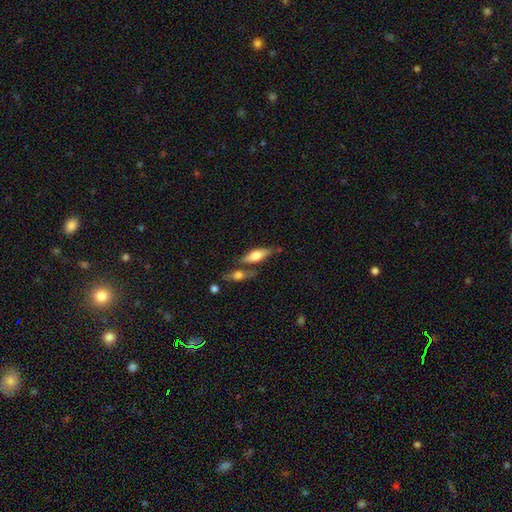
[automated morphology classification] This is possibly a smooth galaxy (47%). Merging: possibly none (57%).